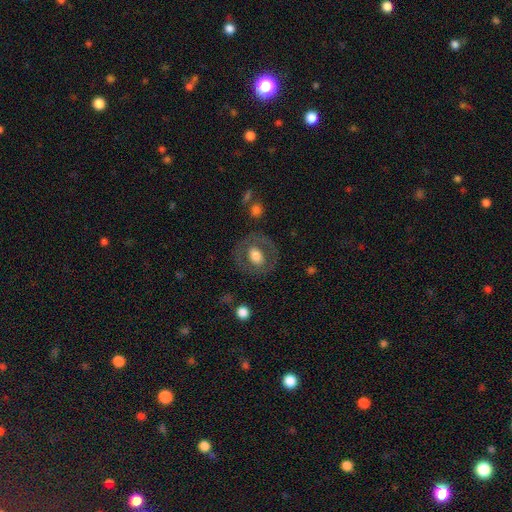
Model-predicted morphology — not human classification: Smooth or featured?
  - smooth: 55% *
  - featured or disk: 38%
  - star or artifact: 7%
How rounded?
  - round: 58% *
  - in between: 41%
  - cigar-shaped: 1%
Merging?
  - none: 78% *
  - minor disturbance: 13%
  - major disturbance: 8%
  - merger: 2%